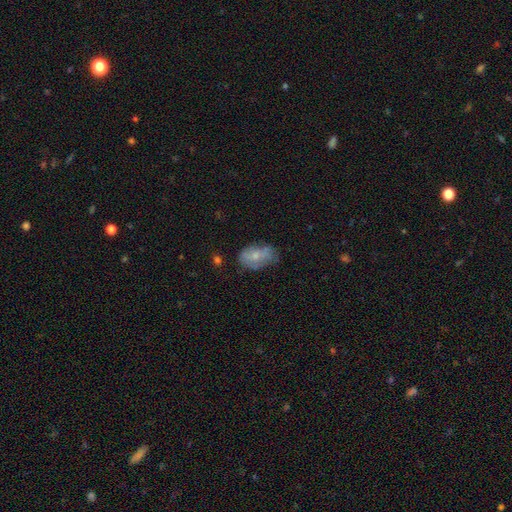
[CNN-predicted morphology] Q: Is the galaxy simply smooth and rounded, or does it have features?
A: smooth — 65%.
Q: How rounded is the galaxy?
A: in between — 89%.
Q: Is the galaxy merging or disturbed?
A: none — 49%.